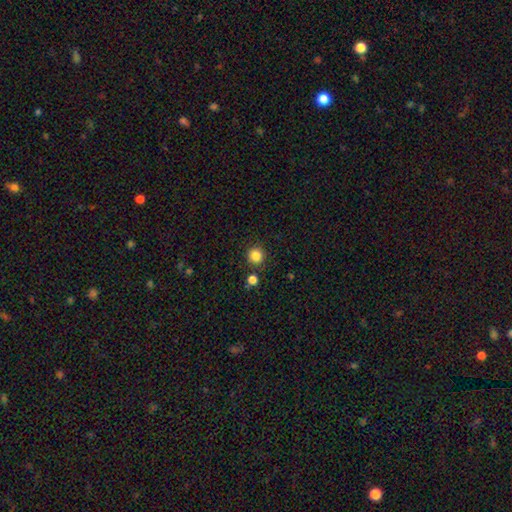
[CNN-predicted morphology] The model was most divided on "smooth or featured": smooth: 85%, star or artifact: 11%, featured or disk: 4%. More confident: how rounded — round (95%); merging — none (88%).